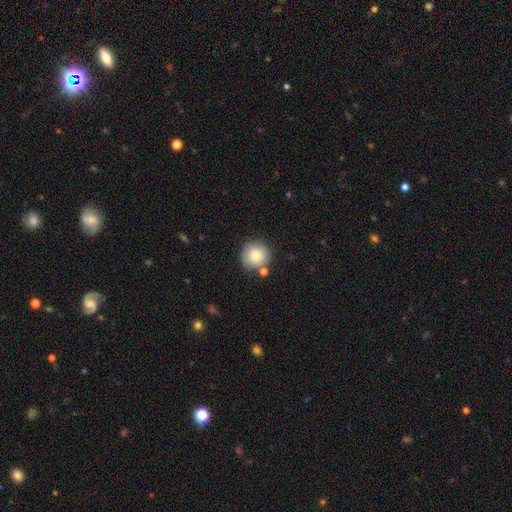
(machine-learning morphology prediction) smooth_or_featured: smooth (p=0.81) [alt: featured or disk p=0.10]
how_rounded: round (p=0.94) [alt: in between p=0.05]
merging: none (p=0.76) [alt: minor disturbance p=0.12]